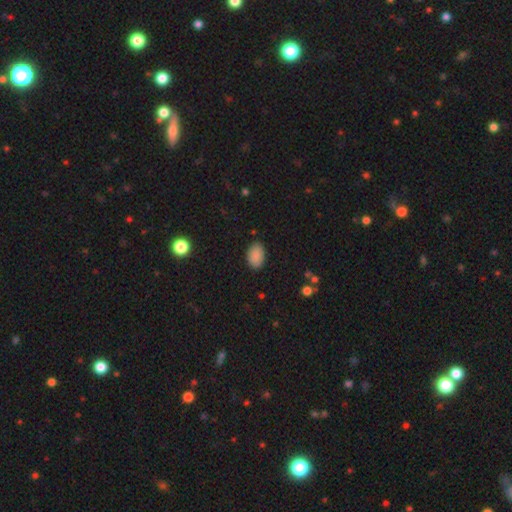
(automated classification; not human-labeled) Smooth or featured?
  - smooth: 88% *
  - star or artifact: 9%
  - featured or disk: 3%
How rounded?
  - in between: 89% *
  - round: 10%
  - cigar-shaped: 1%
Merging?
  - none: 86% *
  - minor disturbance: 10%
  - major disturbance: 2%
  - merger: 1%